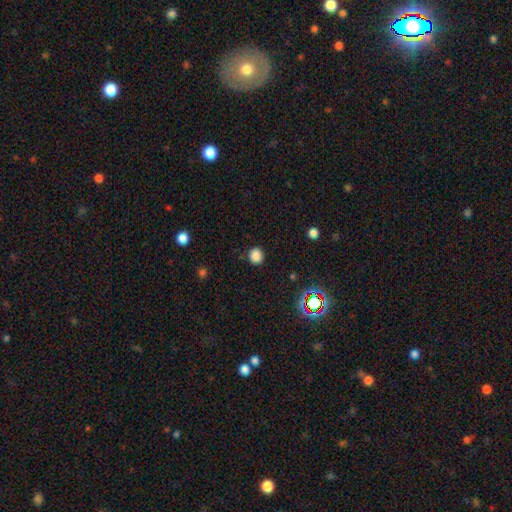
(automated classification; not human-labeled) Smooth or featured?
  - smooth: 84% *
  - star or artifact: 13%
  - featured or disk: 3%
How rounded?
  - round: 89% *
  - in between: 11%
  - cigar-shaped: 1%
Merging?
  - none: 90% *
  - minor disturbance: 7%
  - major disturbance: 2%
  - merger: 1%